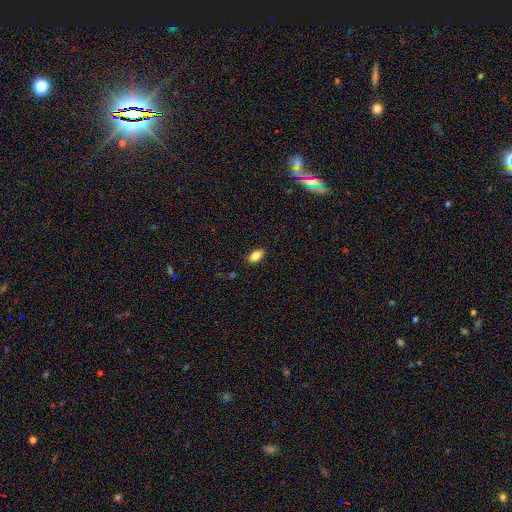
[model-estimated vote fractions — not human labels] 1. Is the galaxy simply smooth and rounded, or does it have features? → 81% smooth, 11% featured or disk, 8% star or artifact.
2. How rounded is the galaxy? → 89% in between, 6% round, 5% cigar-shaped.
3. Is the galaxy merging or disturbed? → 87% none, 10% minor disturbance, 2% major disturbance, 1% merger.